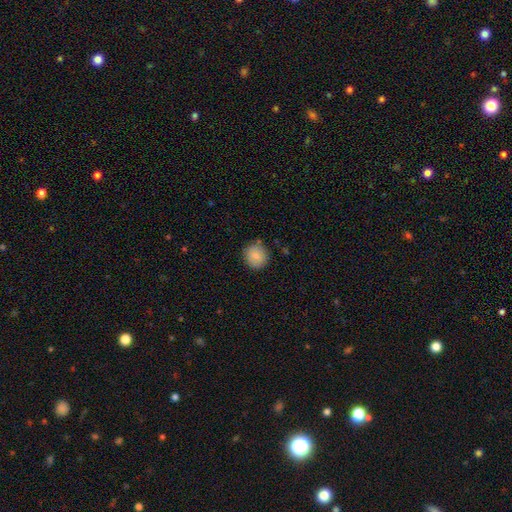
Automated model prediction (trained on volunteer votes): A smooth galaxy with no disk features (80%) that is round (86%).

Vote fractions:
- Smooth or featured? smooth: 80% / featured or disk: 11% / star or artifact: 8%
- How rounded? round: 86% / in between: 13% / cigar-shaped: 1%
- Merging? none: 84% / minor disturbance: 12% / major disturbance: 2% / merger: 2%